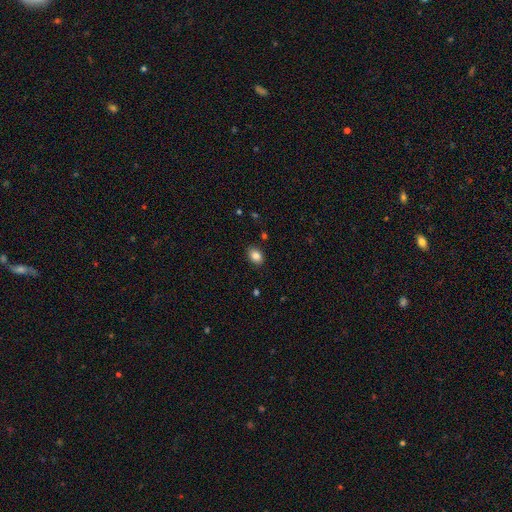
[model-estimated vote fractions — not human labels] Smooth or featured?
  - smooth: 86% *
  - star or artifact: 9%
  - featured or disk: 5%
How rounded?
  - in between: 73% *
  - round: 26%
  - cigar-shaped: 1%
Merging?
  - none: 86% *
  - minor disturbance: 11%
  - major disturbance: 2%
  - merger: 1%